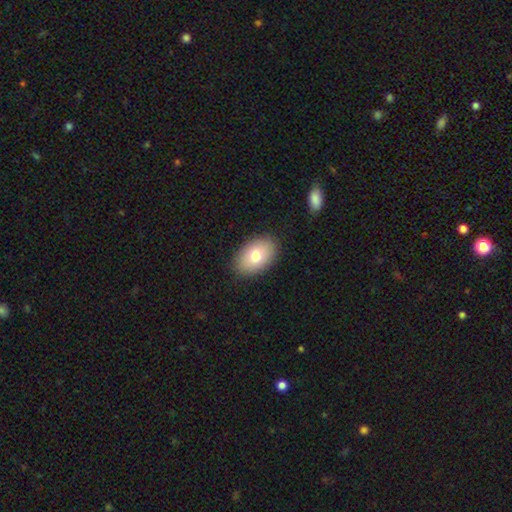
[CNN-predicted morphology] Q: Smooth or featured?
A: smooth (77%); runner-up: featured or disk (16%)
Q: How rounded?
A: in between (89%); runner-up: round (10%)
Q: Merging?
A: none (88%); runner-up: minor disturbance (9%)